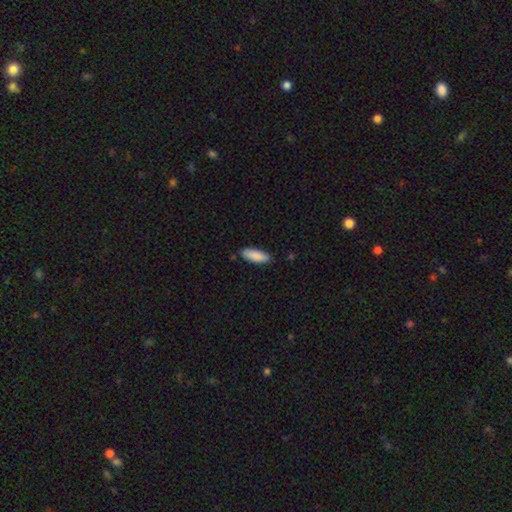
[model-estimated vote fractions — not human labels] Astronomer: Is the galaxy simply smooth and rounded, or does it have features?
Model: smooth — 88%.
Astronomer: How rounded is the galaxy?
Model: in between — 66%.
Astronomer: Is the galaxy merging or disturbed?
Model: none — 83%.